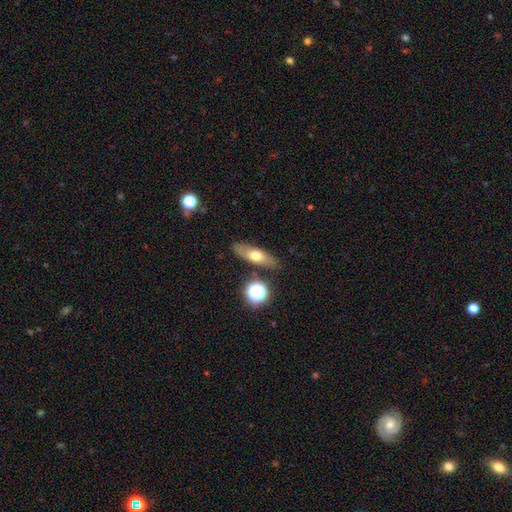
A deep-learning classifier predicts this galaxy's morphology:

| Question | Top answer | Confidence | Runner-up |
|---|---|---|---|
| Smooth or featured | smooth | 53% | featured or disk (36%) |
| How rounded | in between | 55% | cigar-shaped (35%) |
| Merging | none | 80% | minor disturbance (13%) |